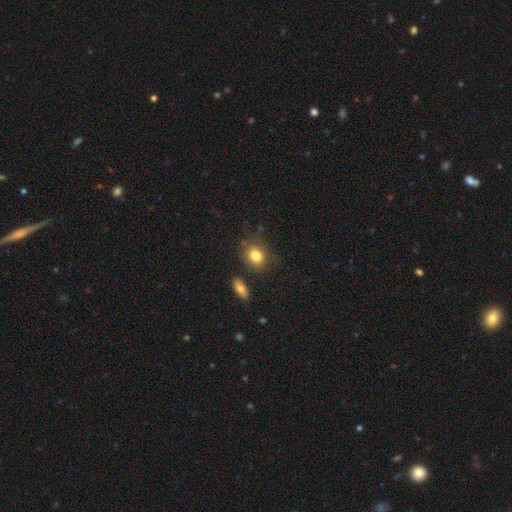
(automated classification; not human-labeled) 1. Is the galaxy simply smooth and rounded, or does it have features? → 82% smooth, 9% star or artifact, 8% featured or disk.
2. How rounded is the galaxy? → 56% round, 43% in between, 1% cigar-shaped.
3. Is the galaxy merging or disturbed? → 75% none, 15% minor disturbance, 6% merger, 4% major disturbance.